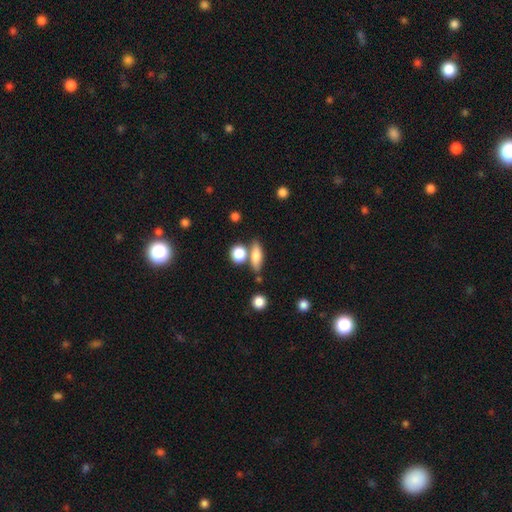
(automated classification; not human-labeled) Smooth or featured?
  - smooth: 73% *
  - featured or disk: 19%
  - star or artifact: 8%
How rounded?
  - in between: 51% *
  - cigar-shaped: 38%
  - round: 12%
Merging?
  - none: 67% *
  - merger: 18%
  - minor disturbance: 11%
  - major disturbance: 4%